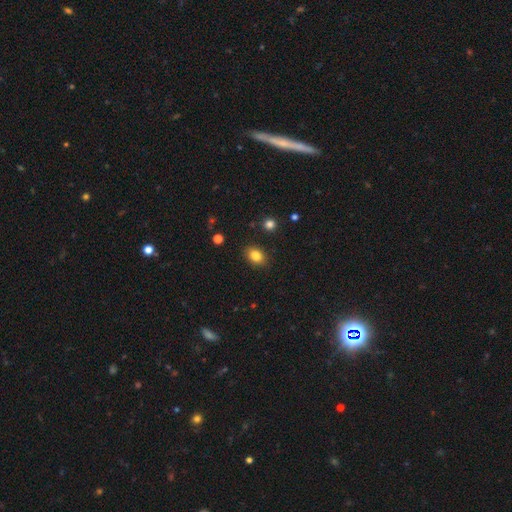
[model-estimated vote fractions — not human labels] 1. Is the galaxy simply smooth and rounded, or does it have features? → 84% smooth, 10% star or artifact, 6% featured or disk.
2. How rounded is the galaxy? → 73% in between, 25% round, 1% cigar-shaped.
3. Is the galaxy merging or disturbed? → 87% none, 9% minor disturbance, 2% major disturbance, 2% merger.